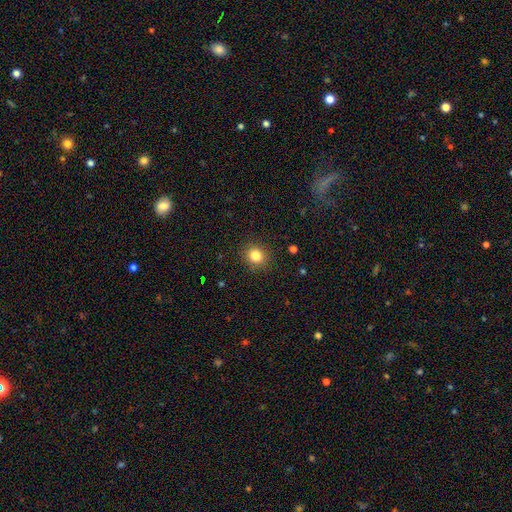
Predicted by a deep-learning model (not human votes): A smooth galaxy with no disk features (83%) that is round (81%). Merging: none (89%).